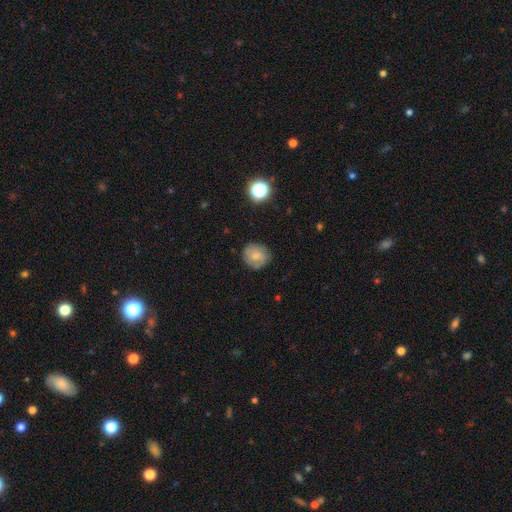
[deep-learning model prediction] This appears to be a smooth galaxy with no disk features (67%) that is round (83%). Merging: none (81%).